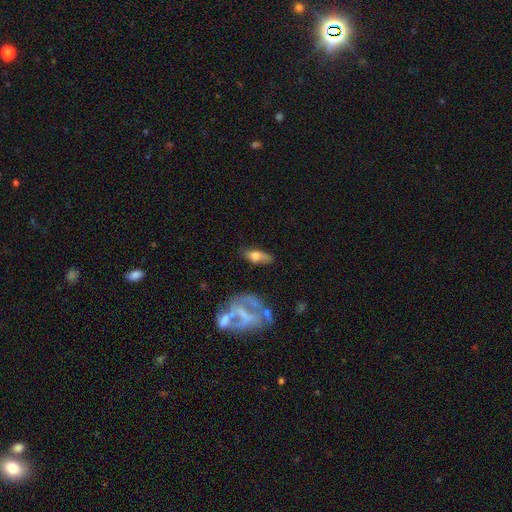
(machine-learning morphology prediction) Smooth or featured: smooth — 56% (featured or disk — 36%)
How rounded: in between — 66% (cigar-shaped — 29%)
Merging: none — 59% (minor disturbance — 24%)